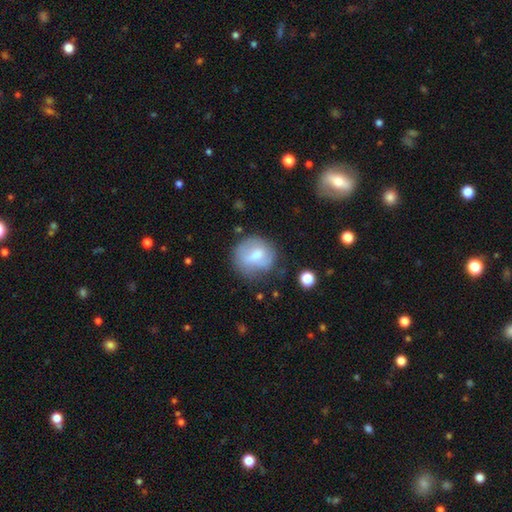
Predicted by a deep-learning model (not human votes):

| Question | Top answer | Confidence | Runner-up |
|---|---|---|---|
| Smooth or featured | smooth | 61% | featured or disk (31%) |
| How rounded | round | 80% | in between (19%) |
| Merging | none | 60% | minor disturbance (25%) |